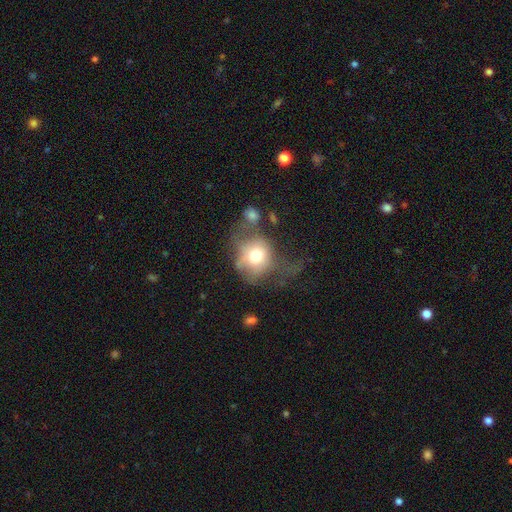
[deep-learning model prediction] Morphology: type=smooth (65%); roundness=round (71%); merging=major disturbance (39%).